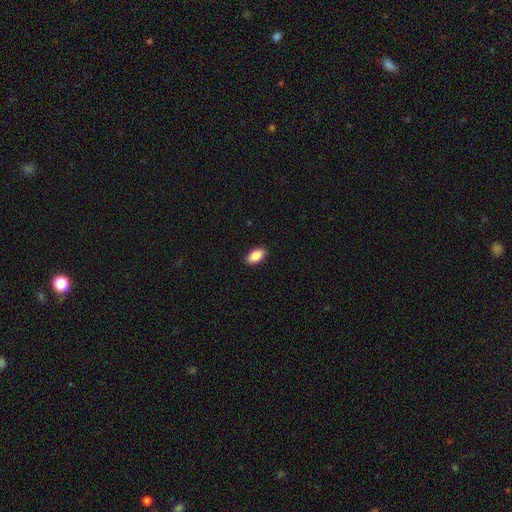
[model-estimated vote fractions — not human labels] Morphology: type=smooth (88%); roundness=in between (93%); merging=none (90%).